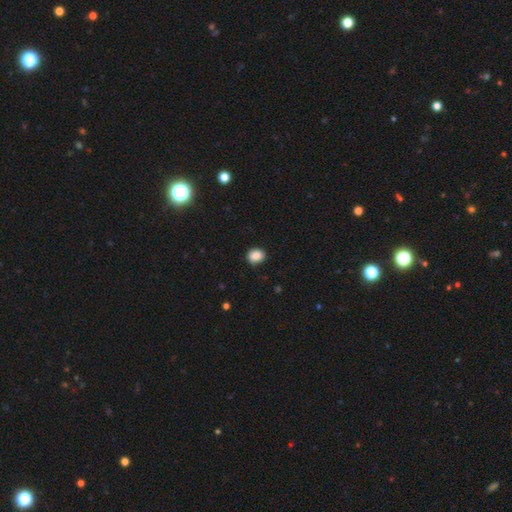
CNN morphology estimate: Smooth or featured? Predicted: smooth (p=0.88). How rounded? Predicted: round (p=0.59). Merging? Predicted: none (p=0.89).